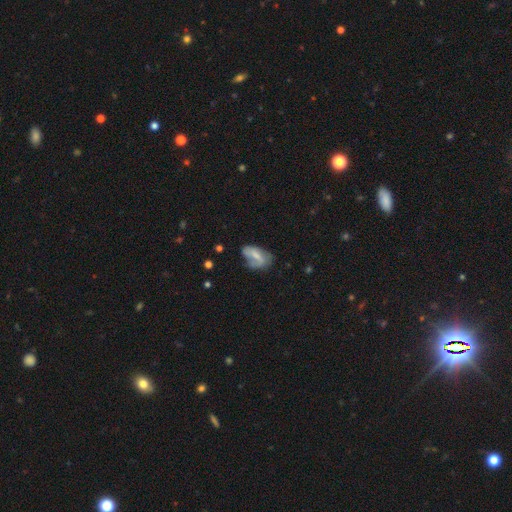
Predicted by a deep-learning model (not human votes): Overall: smooth (54%; featured or disk 38%). How rounded: in between (89%). Merging: none (42%; minor disturbance 34%).